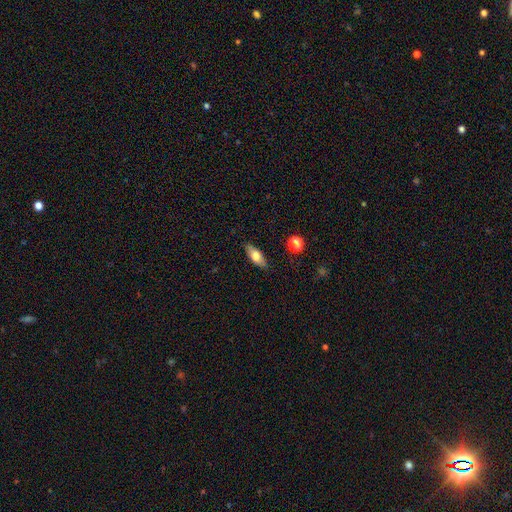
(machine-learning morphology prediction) The model was most divided on "smooth or featured": smooth: 69%, featured or disk: 24%, star or artifact: 7%. More confident: merging — none (86%); how rounded — in between (76%).